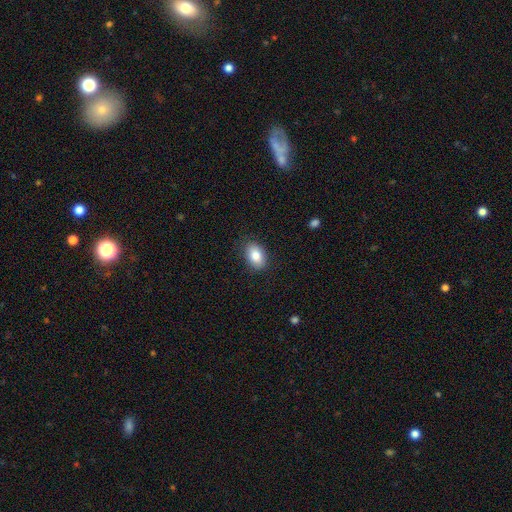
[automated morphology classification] A smooth galaxy with no disk features (84%) that is in between round and cigar-shaped (87%).

Vote fractions:
- Smooth or featured? smooth: 84% / featured or disk: 9% / star or artifact: 8%
- How rounded? in between: 87% / round: 11% / cigar-shaped: 1%
- Merging? none: 86% / minor disturbance: 10% / major disturbance: 2% / merger: 1%